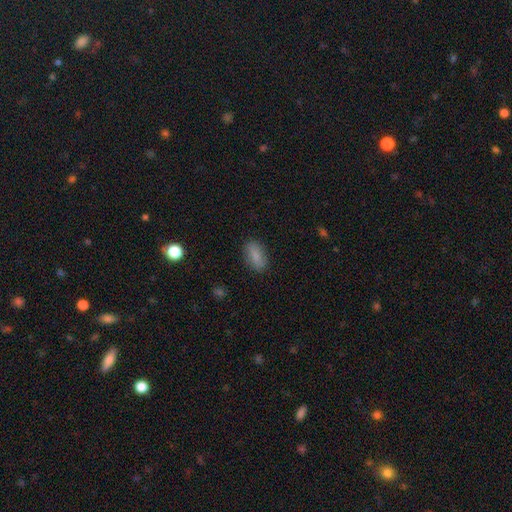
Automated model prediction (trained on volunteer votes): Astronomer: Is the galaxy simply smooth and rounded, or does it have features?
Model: smooth — 82%.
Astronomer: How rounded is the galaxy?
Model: in between — 86%.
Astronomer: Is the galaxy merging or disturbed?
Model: none — 84%.